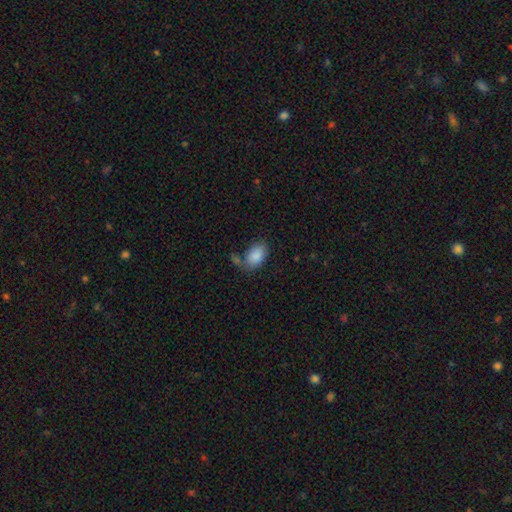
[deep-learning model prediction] Smooth or featured? smooth (87%)
How rounded? in between (91%)
Merging? none (60%)